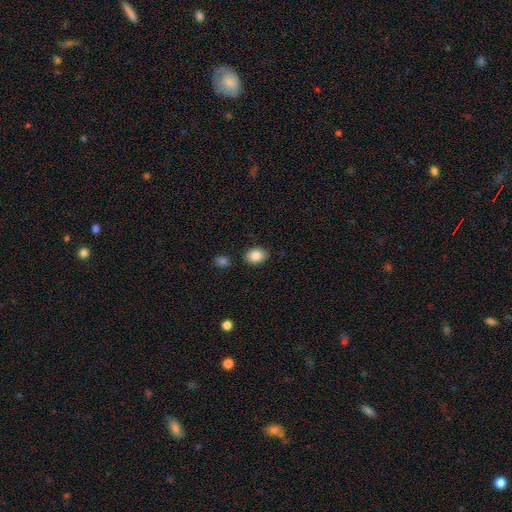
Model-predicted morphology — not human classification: type=smooth (85%); roundness=in between (62%); merging=none (86%).